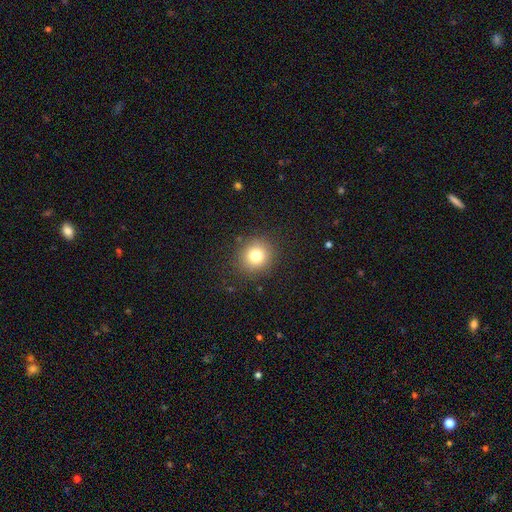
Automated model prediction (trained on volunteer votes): Smooth or featured? Predicted: smooth (p=0.78). How rounded? Predicted: round (p=0.89). Merging? Predicted: none (p=0.88).